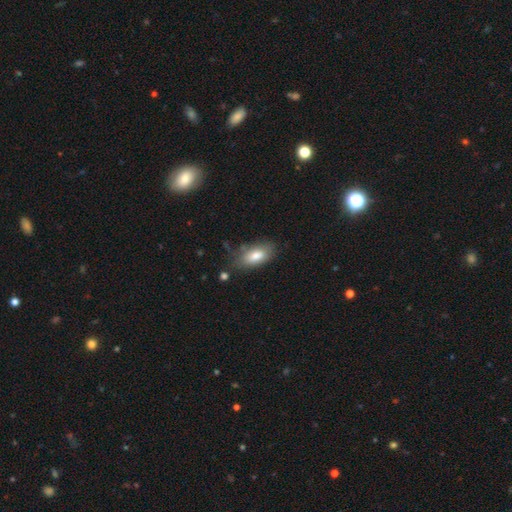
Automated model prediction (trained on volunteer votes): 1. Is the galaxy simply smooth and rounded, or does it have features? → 80% smooth, 13% featured or disk, 7% star or artifact.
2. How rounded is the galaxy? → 90% in between, 7% cigar-shaped, 3% round.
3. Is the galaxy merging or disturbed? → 68% none, 22% minor disturbance, 6% major disturbance, 4% merger.